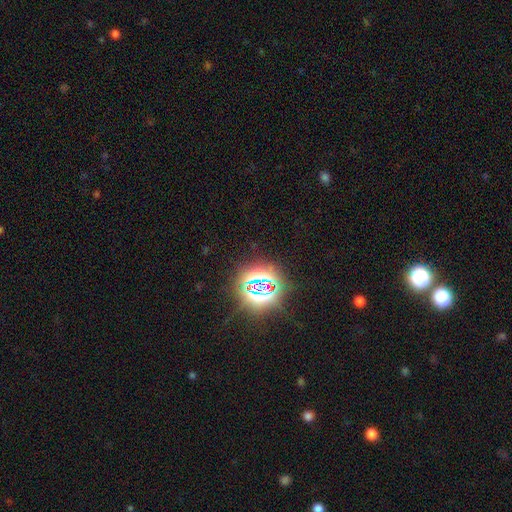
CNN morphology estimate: This is likely a star or artifact rather than a galaxy (80%).